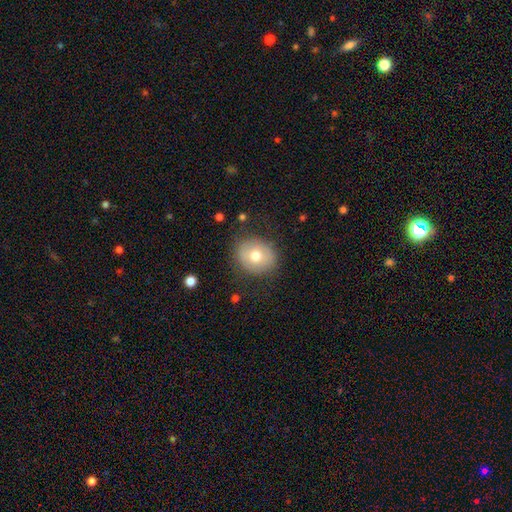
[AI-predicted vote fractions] smooth 69%, featured or disk 23%, star or artifact 9%. Down the decision tree: how rounded — round (67%); merging — none (81%).